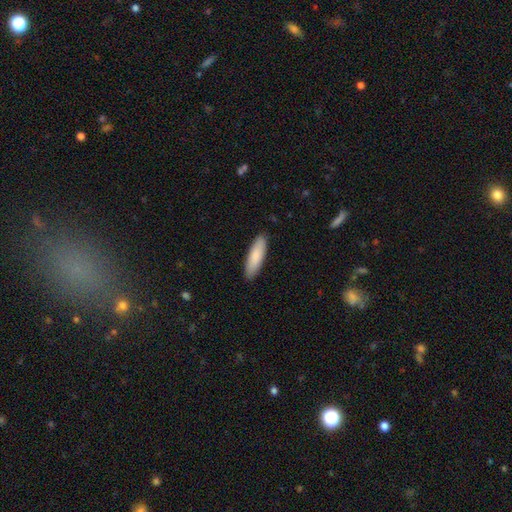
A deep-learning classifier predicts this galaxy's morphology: smooth 86%, featured or disk 9%, star or artifact 5%. Down the decision tree: how rounded — cigar-shaped (55%); merging — none (89%).